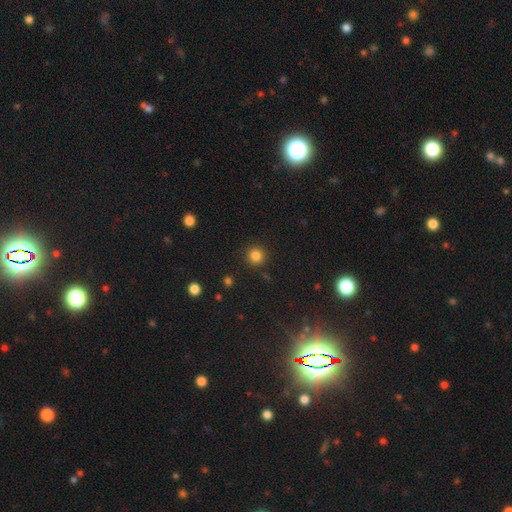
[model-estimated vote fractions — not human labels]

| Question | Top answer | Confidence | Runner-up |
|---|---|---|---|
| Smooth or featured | smooth | 83% | star or artifact (13%) |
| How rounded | round | 94% | in between (5%) |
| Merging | none | 91% | minor disturbance (6%) |